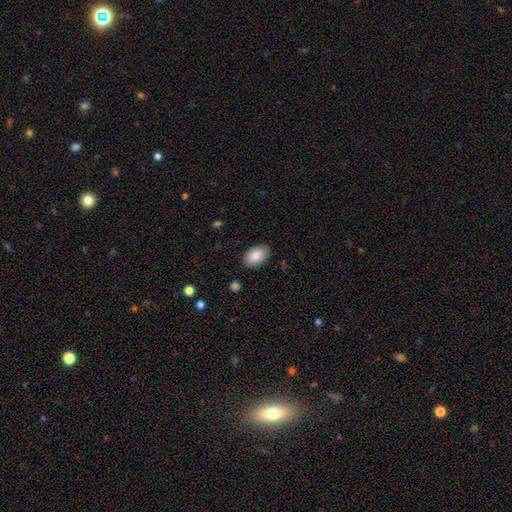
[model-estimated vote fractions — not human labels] A smooth galaxy with no disk features (88%) that is in between round and cigar-shaped (93%).

Vote fractions:
- Smooth or featured? smooth: 88% / star or artifact: 6% / featured or disk: 6%
- How rounded? in between: 93% / round: 5% / cigar-shaped: 1%
- Merging? none: 87% / minor disturbance: 10% / major disturbance: 2% / merger: 1%